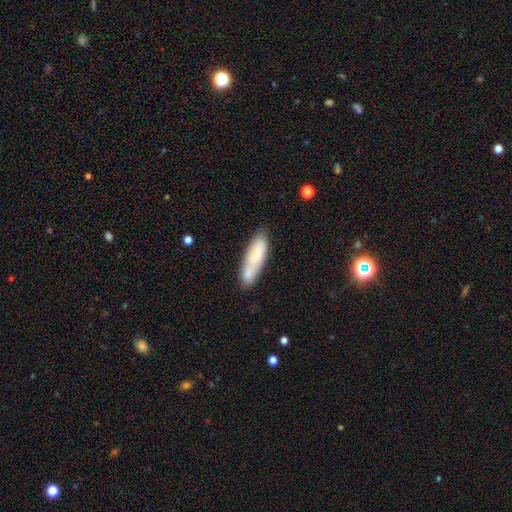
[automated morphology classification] The model was most divided on "how rounded": cigar-shaped: 58%, in between: 40%, round: 2%. More confident: smooth or featured — smooth (74%); merging — none (56%).